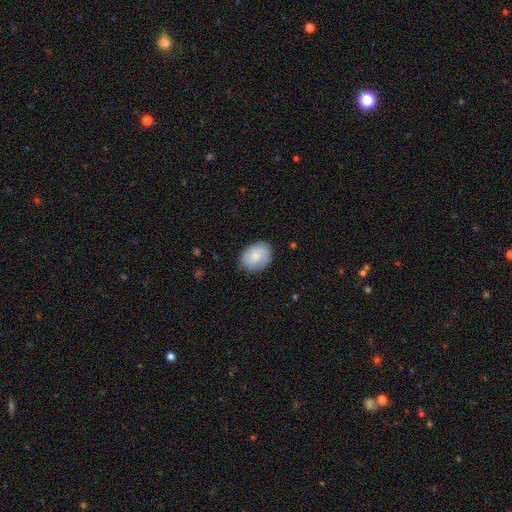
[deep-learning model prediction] Smooth or featured? Predicted: smooth (p=0.68). How rounded? Predicted: in between (p=0.62). Merging? Predicted: none (p=0.78).